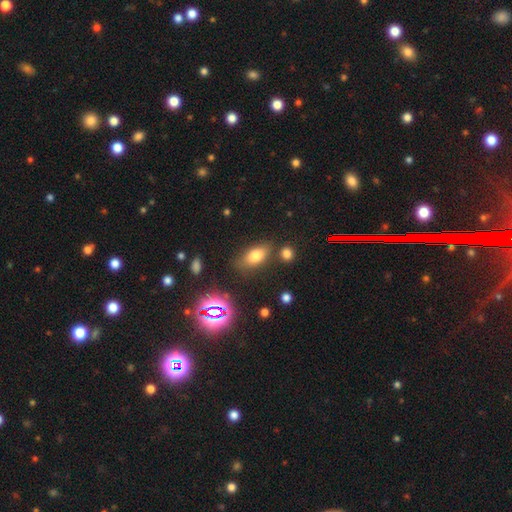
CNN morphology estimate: A smooth galaxy with no disk features (74%) that is in between round and cigar-shaped (84%). Merging: none (73%).